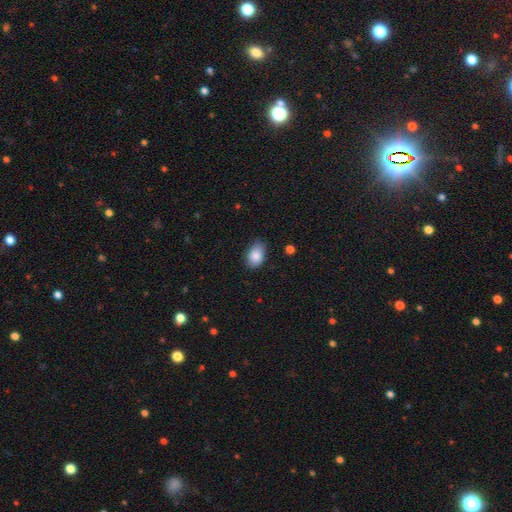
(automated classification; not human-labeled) Q: Smooth or featured?
A: smooth (87%); runner-up: star or artifact (7%)
Q: How rounded?
A: in between (86%); runner-up: round (13%)
Q: Merging?
A: none (73%); runner-up: minor disturbance (22%)